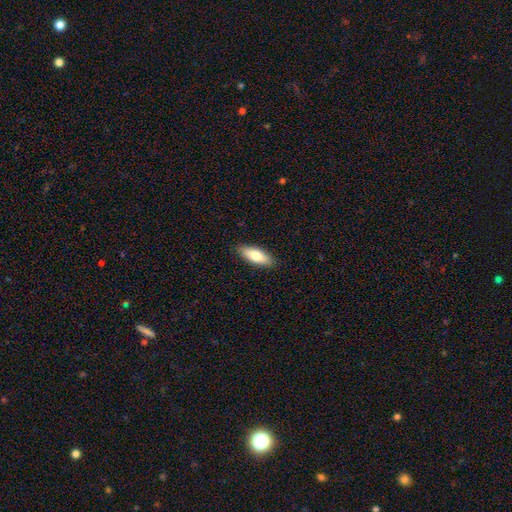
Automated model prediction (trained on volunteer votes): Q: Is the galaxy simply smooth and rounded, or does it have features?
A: smooth — 75%.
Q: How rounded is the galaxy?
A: in between — 70%.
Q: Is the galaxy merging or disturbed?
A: none — 89%.